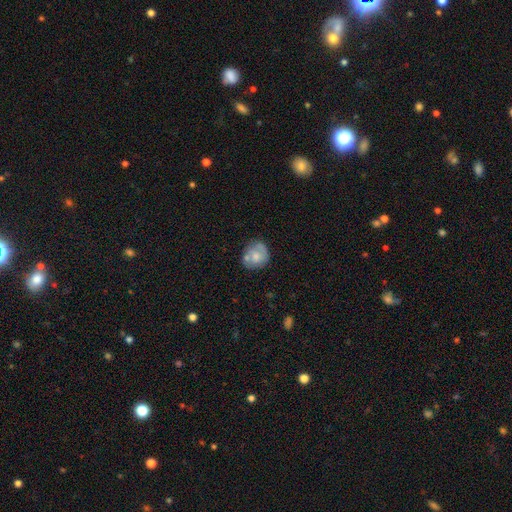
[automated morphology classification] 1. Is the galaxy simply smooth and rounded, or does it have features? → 63% smooth, 29% featured or disk, 7% star or artifact.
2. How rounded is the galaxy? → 72% round, 27% in between, 1% cigar-shaped.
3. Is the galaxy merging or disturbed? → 55% none, 23% minor disturbance, 15% merger, 7% major disturbance.